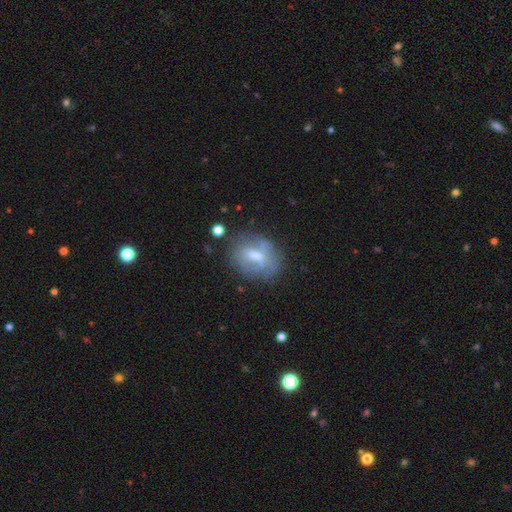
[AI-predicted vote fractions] Smooth or featured? featured or disk (45%)
Merging? none (61%)